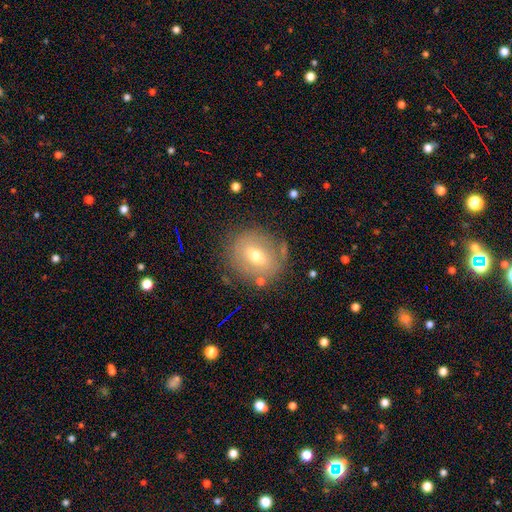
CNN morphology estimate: Smooth or featured? Predicted: smooth (p=0.52). How rounded? Predicted: round (p=0.71). Merging? Predicted: none (p=0.78).